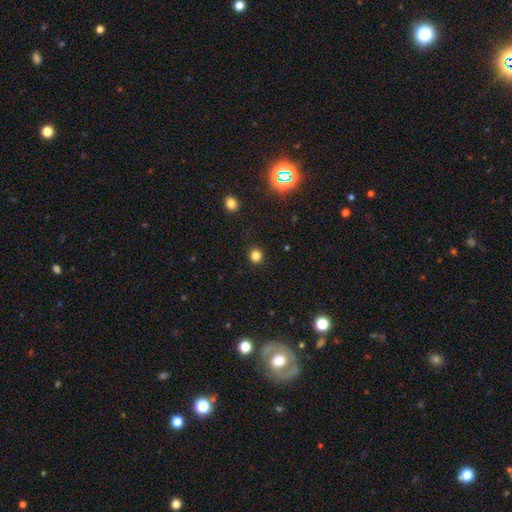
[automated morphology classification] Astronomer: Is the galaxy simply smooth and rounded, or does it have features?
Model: smooth — 81%.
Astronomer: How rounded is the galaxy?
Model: round — 89%.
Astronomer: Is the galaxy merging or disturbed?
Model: none — 92%.